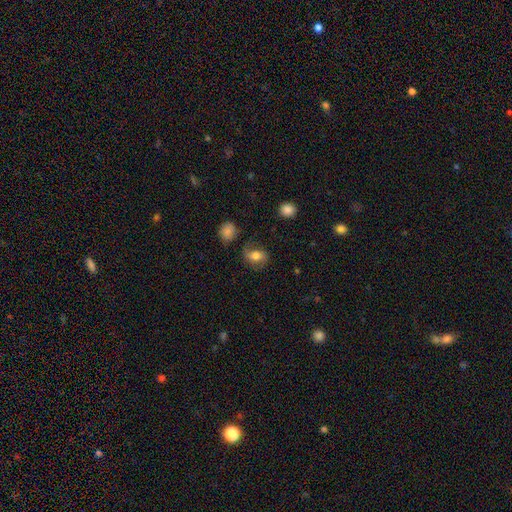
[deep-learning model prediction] Smooth or featured: featured or disk — 46% (smooth — 44%)
Merging: none — 69% (minor disturbance — 18%)